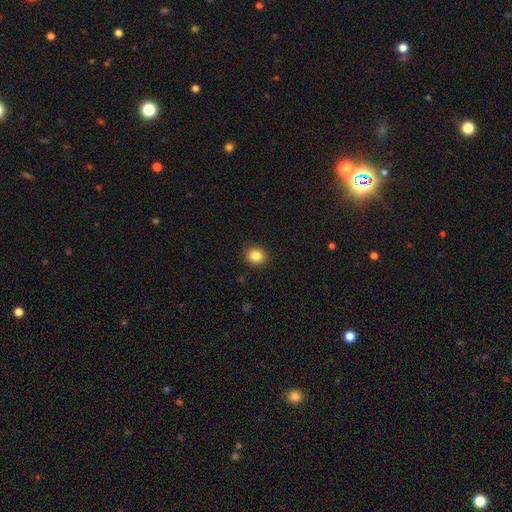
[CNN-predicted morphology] Smooth or featured?
  - smooth: 84% *
  - star or artifact: 10%
  - featured or disk: 5%
How rounded?
  - round: 79% *
  - in between: 20%
  - cigar-shaped: 1%
Merging?
  - none: 90% *
  - minor disturbance: 7%
  - major disturbance: 2%
  - merger: 1%